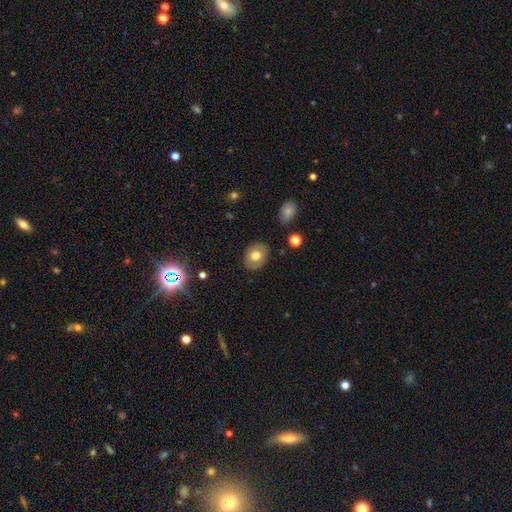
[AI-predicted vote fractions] A smooth galaxy with no disk features (69%) that is in between round and cigar-shaped (58%). Merging: none (85%).